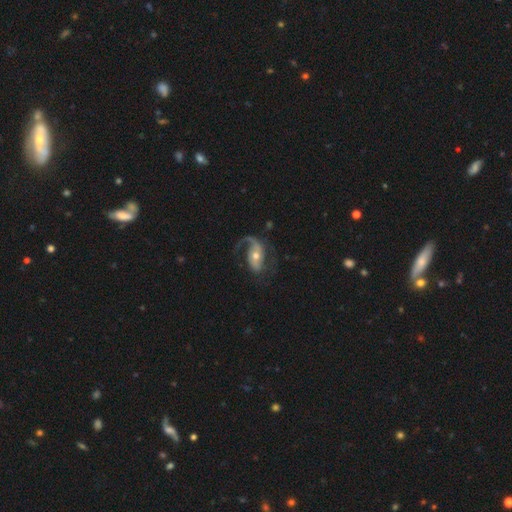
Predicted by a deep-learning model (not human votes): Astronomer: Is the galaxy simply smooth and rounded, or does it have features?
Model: featured or disk — 83%.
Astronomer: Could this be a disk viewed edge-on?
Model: no — 96%.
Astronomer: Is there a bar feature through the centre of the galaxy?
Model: no — 45% (runner-up: weak, 33%).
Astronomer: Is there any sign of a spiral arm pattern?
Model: yes — 94%.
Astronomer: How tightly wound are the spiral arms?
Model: loose — 50% (runner-up: medium, 38%).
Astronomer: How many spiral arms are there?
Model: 2 — 54% (runner-up: 1, 41%).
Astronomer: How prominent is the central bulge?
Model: moderate — 63%.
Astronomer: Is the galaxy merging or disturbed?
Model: none — 55%.